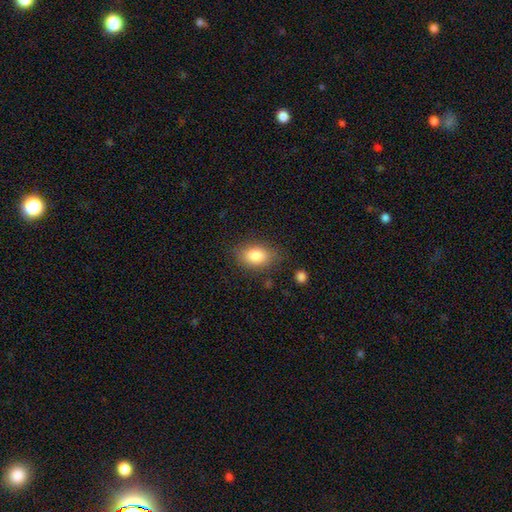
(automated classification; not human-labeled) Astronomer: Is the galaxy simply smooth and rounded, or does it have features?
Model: smooth — 83%.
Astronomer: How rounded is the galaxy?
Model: in between — 82%.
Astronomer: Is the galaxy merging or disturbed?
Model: none — 77%.